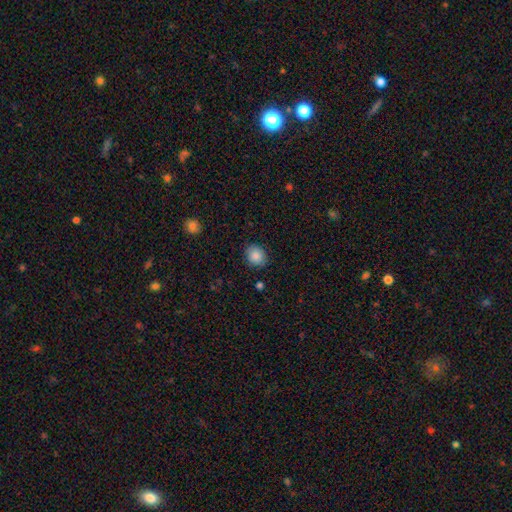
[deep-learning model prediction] Overall: smooth (86%). How rounded: round (71%). Merging: none (86%).